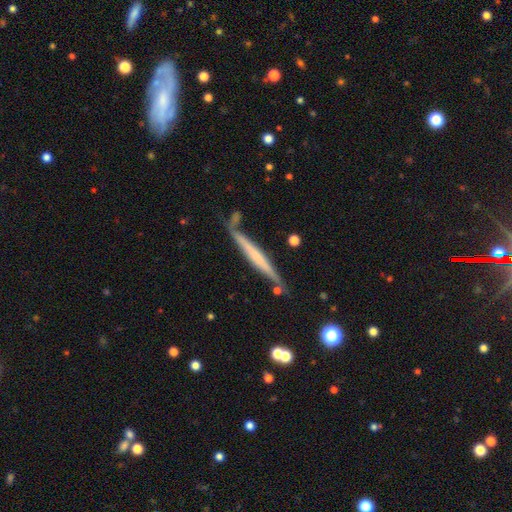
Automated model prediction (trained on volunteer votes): Overall: featured or disk (52%; smooth 41%). Edge-on disk: yes (94%). Merging: none (71%).